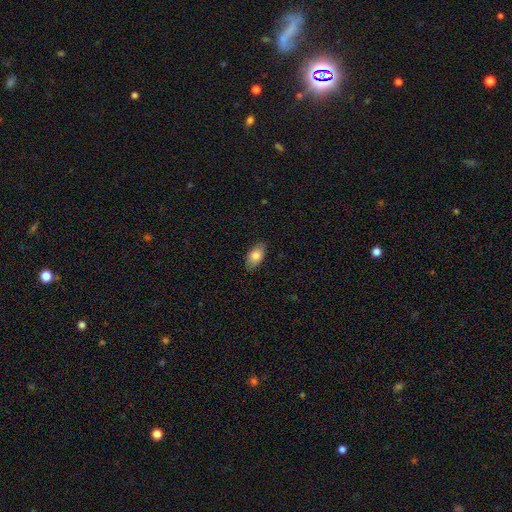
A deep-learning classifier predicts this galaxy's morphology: This appears to be a smooth galaxy with no disk features (83%) that is in between round and cigar-shaped (92%). Merging: none (84%).